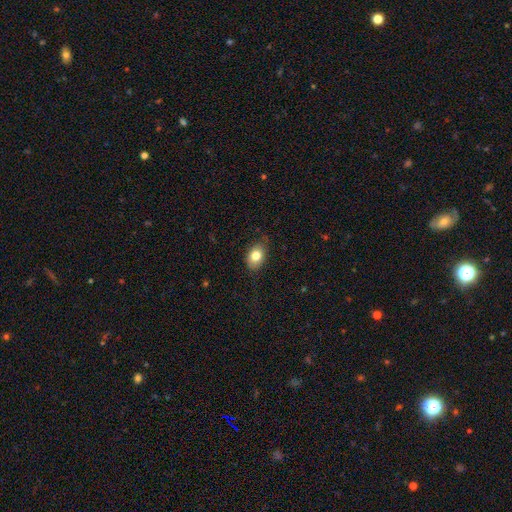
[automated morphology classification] Smooth or featured?
  - smooth: 80% *
  - featured or disk: 11%
  - star or artifact: 8%
How rounded?
  - in between: 78% *
  - round: 21%
  - cigar-shaped: 1%
Merging?
  - none: 77% *
  - minor disturbance: 19%
  - major disturbance: 4%
  - merger: 1%